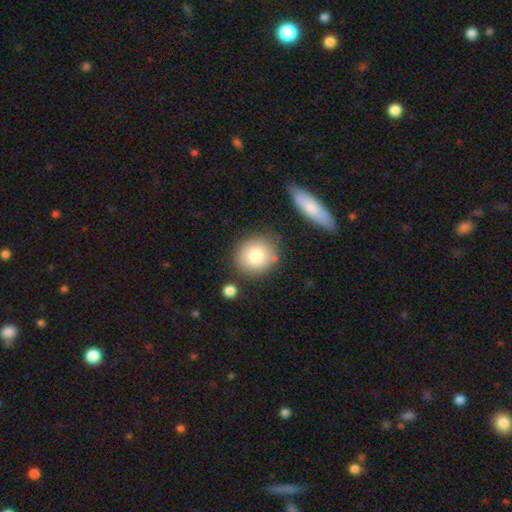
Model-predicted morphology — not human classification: This is clearly a smooth galaxy (82%). How rounded: clearly round (85%). Merging: likely none (77%).